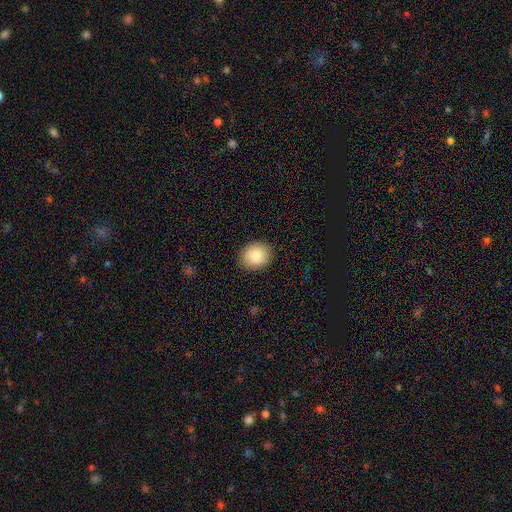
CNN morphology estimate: Smooth or featured: smooth — 86% (star or artifact — 7%)
How rounded: round — 71% (in between — 28%)
Merging: none — 88% (minor disturbance — 9%)